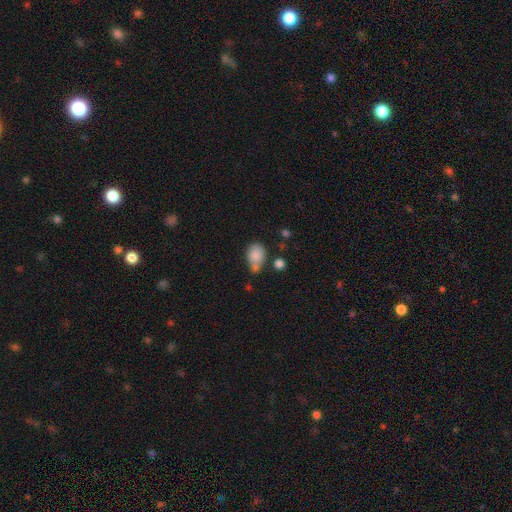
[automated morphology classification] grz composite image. It shows a smooth galaxy with no disk features (83%) that is in between round and cigar-shaped (65%). Merging: none (46%).